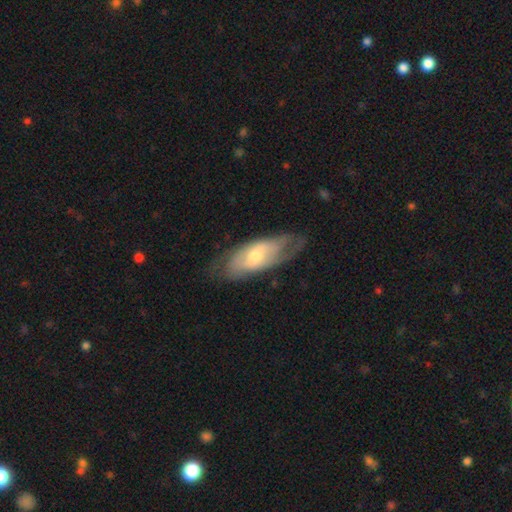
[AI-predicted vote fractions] smooth_or_featured: featured or disk (p=0.58) [alt: smooth p=0.36]
disk_edge_on: no (p=0.82) [alt: yes p=0.18]
merging: none (p=0.63) [alt: minor disturbance p=0.24]